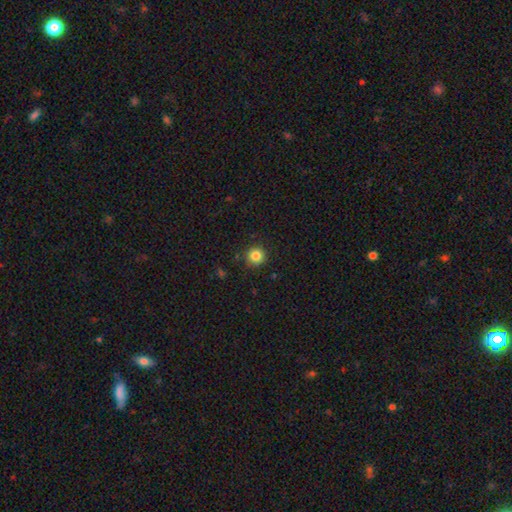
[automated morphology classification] Smooth or featured? smooth (84%)
How rounded? round (94%)
Merging? none (90%)